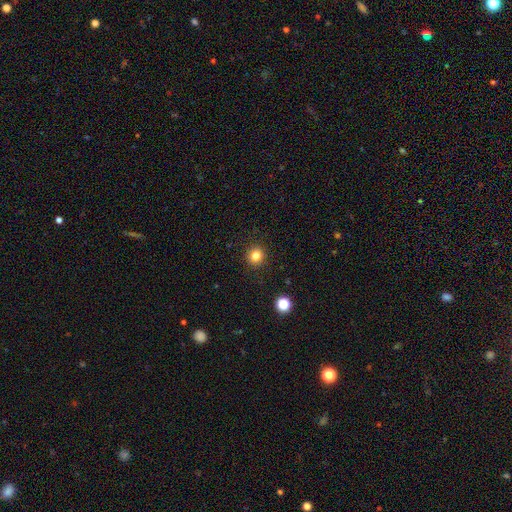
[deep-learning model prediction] Smooth or featured?
  - smooth: 82% *
  - star or artifact: 13%
  - featured or disk: 5%
How rounded?
  - round: 91% *
  - in between: 8%
  - cigar-shaped: 1%
Merging?
  - none: 92% *
  - minor disturbance: 5%
  - major disturbance: 2%
  - merger: 1%